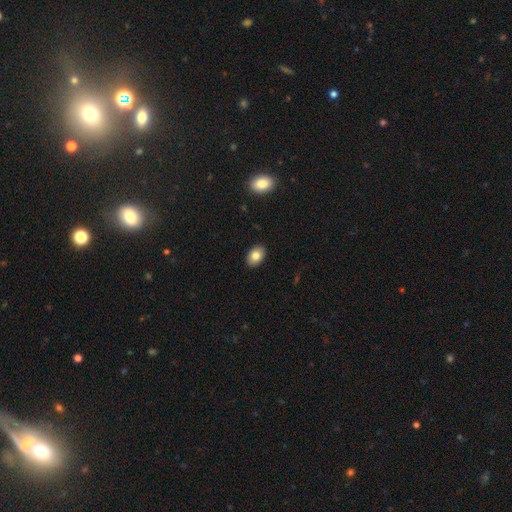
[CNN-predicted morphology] This is clearly a smooth galaxy (82%). How rounded: clearly in between (85%). Merging: clearly none (90%).